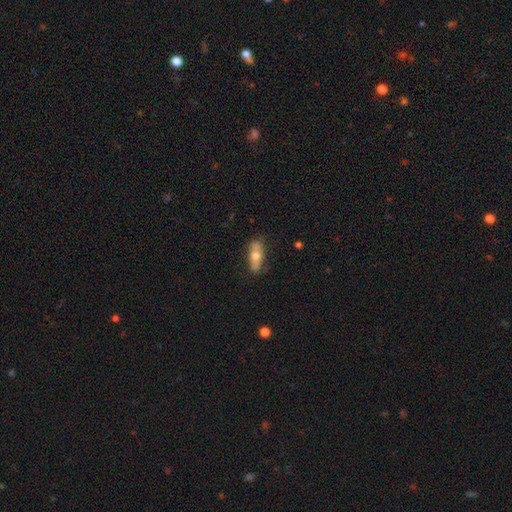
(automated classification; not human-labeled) Overall: smooth (59%; featured or disk 35%). How rounded: in between (64%; cigar-shaped 32%). Merging: none (77%).